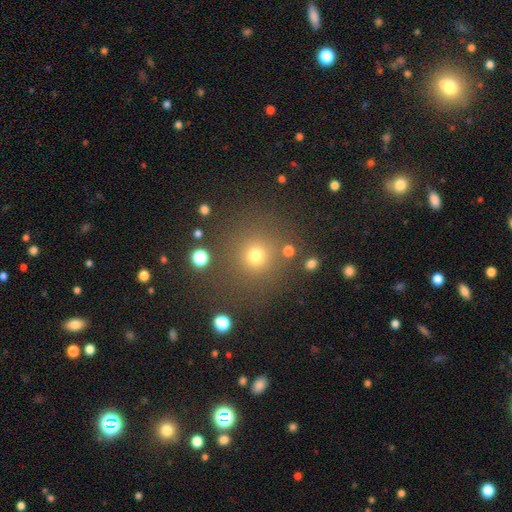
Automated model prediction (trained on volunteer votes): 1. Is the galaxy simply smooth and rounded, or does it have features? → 71% smooth, 21% star or artifact, 8% featured or disk.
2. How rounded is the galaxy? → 93% round, 6% in between, 1% cigar-shaped.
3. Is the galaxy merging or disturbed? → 83% none, 8% minor disturbance, 5% major disturbance, 4% merger.